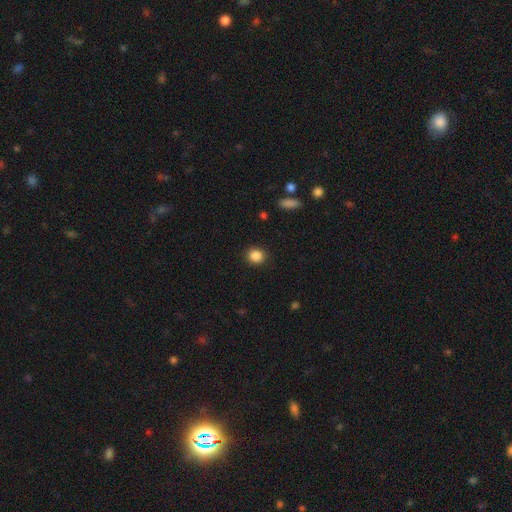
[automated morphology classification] A smooth galaxy with no disk features (87%) that is round (84%).

Vote fractions:
- Smooth or featured? smooth: 87% / star or artifact: 10% / featured or disk: 3%
- How rounded? round: 84% / in between: 15% / cigar-shaped: 1%
- Merging? none: 90% / minor disturbance: 7% / major disturbance: 2% / merger: 1%